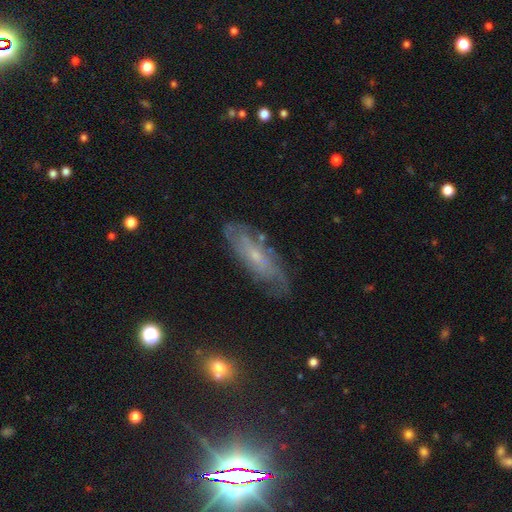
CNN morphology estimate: Overall: featured or disk (68%). Edge-on disk: no (78%). Bar: no (63%; weak 31%). Spiral arms: yes (82%). Bulge size: small (73%). Merging: none (74%).